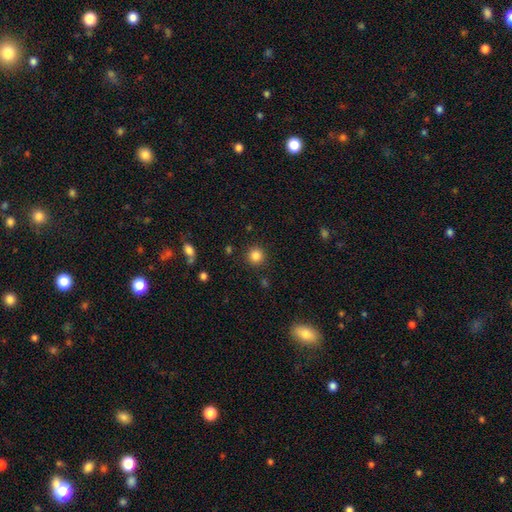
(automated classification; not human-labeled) Smooth or featured?
  - smooth: 84% *
  - star or artifact: 12%
  - featured or disk: 4%
How rounded?
  - round: 94% *
  - in between: 5%
  - cigar-shaped: 1%
Merging?
  - none: 90% *
  - minor disturbance: 6%
  - major disturbance: 2%
  - merger: 2%